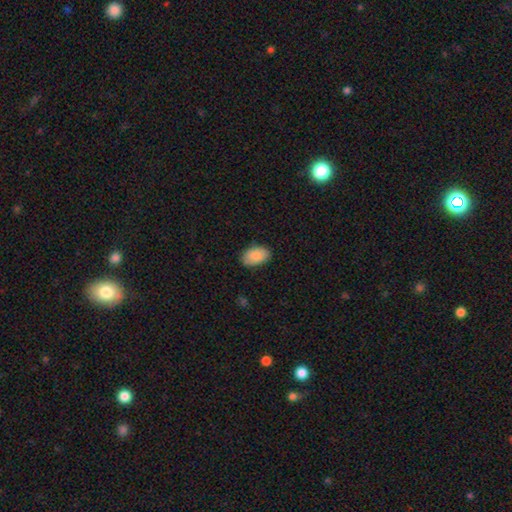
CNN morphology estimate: A smooth galaxy with no disk features (88%) that is in between round and cigar-shaped (92%). Merging: none (85%).